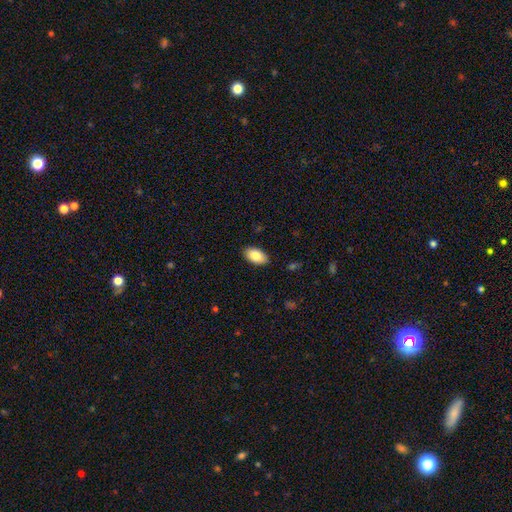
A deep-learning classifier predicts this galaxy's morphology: A smooth galaxy with no disk features (85%) that is in between round and cigar-shaped (95%). Merging: none (89%).